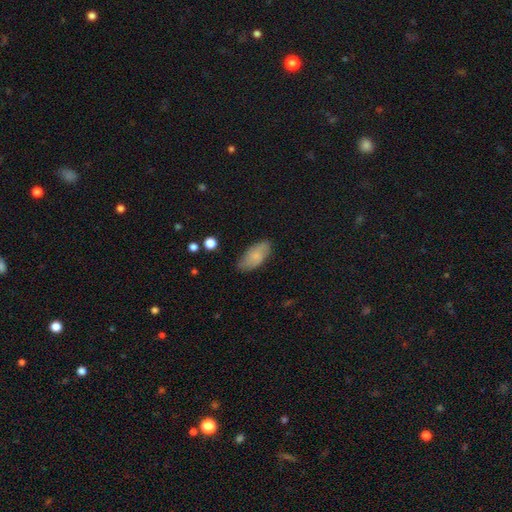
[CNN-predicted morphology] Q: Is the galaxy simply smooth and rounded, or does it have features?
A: smooth — 71%.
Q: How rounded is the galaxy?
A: in between — 91%.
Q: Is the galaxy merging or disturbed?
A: none — 76%.